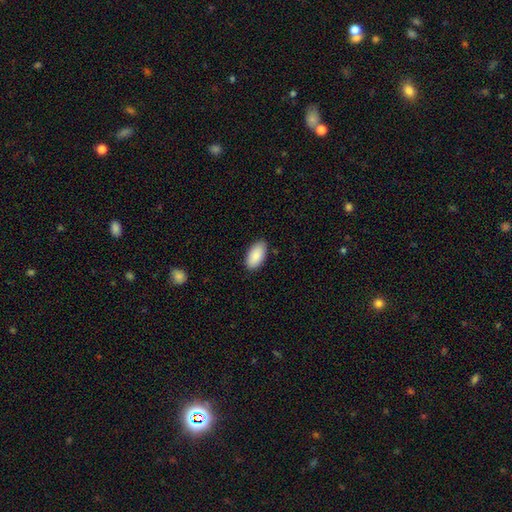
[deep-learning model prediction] Morphology: type=smooth (89%); roundness=in between (95%); merging=none (85%).